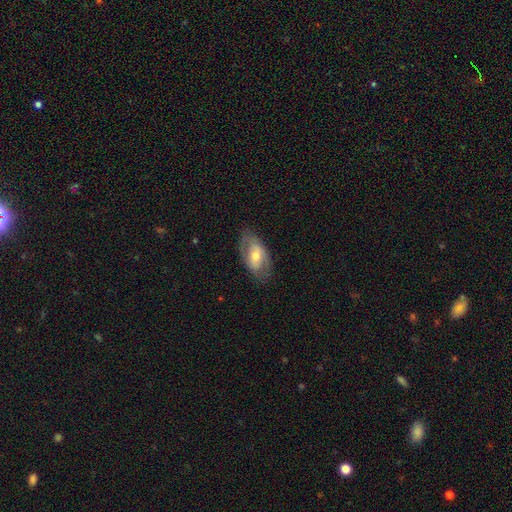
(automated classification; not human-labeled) featured or disk 56%, smooth 38%, star or artifact 6%. Down the decision tree: edge-on disk — no (90%); bar — weak (38%); spiral arms — yes (55%); bulge size — moderate (60%); merging — none (75%).